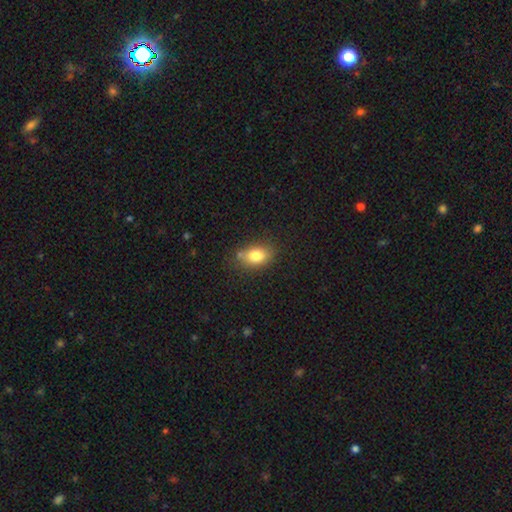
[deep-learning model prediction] Smooth or featured? smooth (81%)
How rounded? in between (78%)
Merging? none (71%)